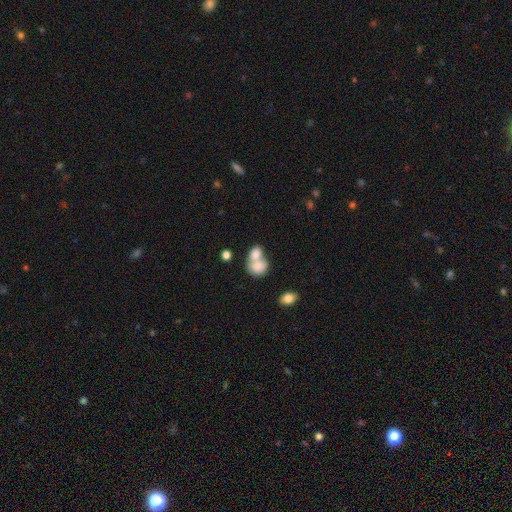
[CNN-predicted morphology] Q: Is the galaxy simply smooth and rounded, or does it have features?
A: smooth — 77%.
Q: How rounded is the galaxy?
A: in between — 54%.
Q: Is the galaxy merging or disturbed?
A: merger — 68%.